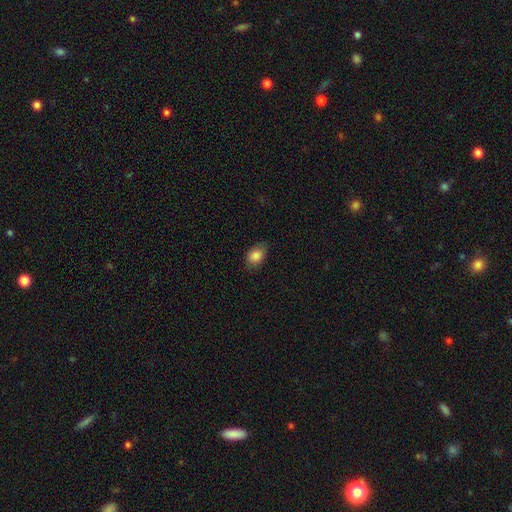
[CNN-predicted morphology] smooth 85%, star or artifact 8%, featured or disk 7%. Down the decision tree: how rounded — in between (80%); merging — none (75%).